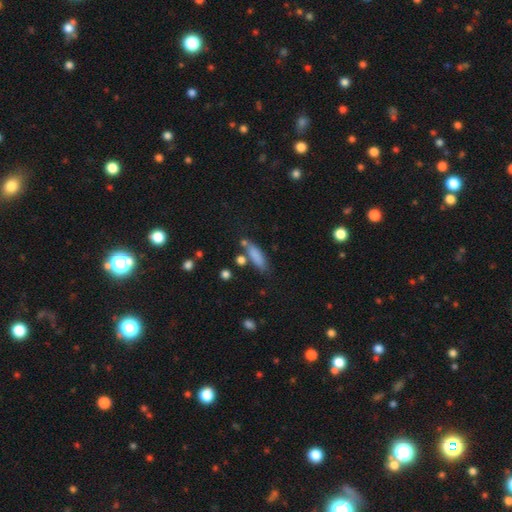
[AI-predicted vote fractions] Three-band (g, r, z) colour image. It shows a smooth galaxy with no disk features (82%) that is cigar-shaped (51%). Merging: none (66%).